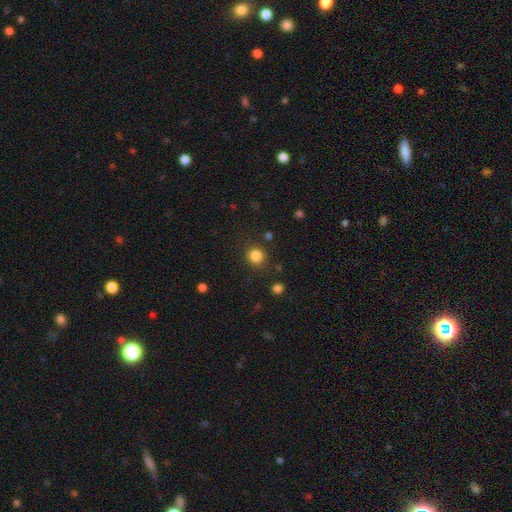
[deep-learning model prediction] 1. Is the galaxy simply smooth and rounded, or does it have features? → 84% smooth, 12% star or artifact, 4% featured or disk.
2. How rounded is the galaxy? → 89% round, 10% in between, 1% cigar-shaped.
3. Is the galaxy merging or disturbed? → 85% none, 9% minor disturbance, 4% major disturbance, 3% merger.